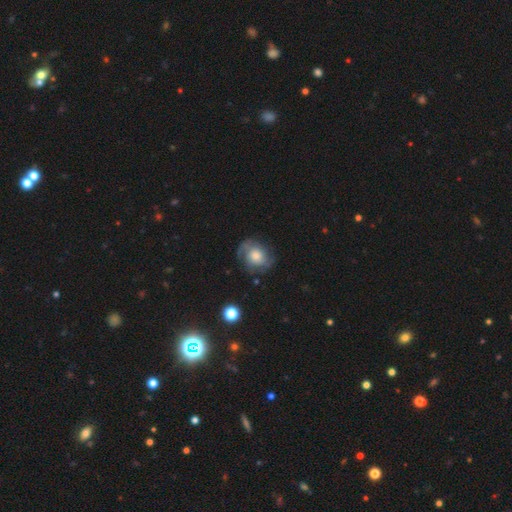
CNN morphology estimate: featured or disk 65%, smooth 28%, star or artifact 8%. Down the decision tree: edge-on disk — no (97%); bar — no (78%); spiral arms — yes (89%); spiral arm count — 2 (43%); spiral winding — tight (44%); bulge size — moderate (50%); merging — none (69%).